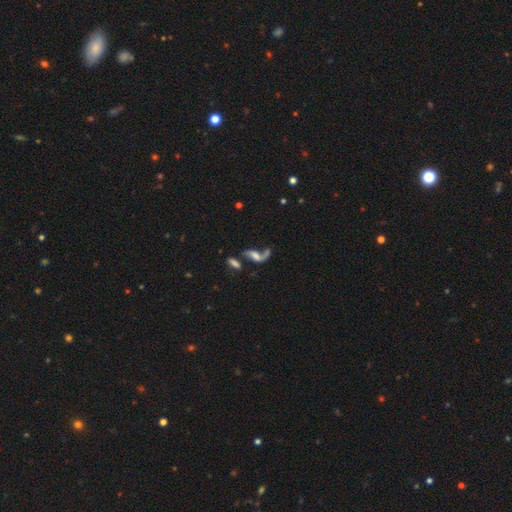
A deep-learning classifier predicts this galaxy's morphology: smooth-or-featured: featured or disk: 61% | smooth: 27% | star or artifact: 12%
  disk-edge-on: no: 89% | yes: 11%
    bar: no: 59% | weak: 30% | strong: 12%
    has-spiral-arms: yes: 77% | no: 23%
    bulge-size: none: 32% | small: 26% | moderate: 25% | large: 13% | dominant: 4%
  merging: merger: 35% | none: 32% | major disturbance: 20% | minor disturbance: 13%